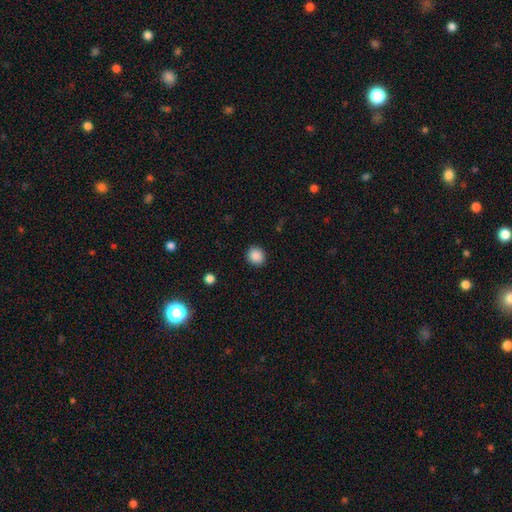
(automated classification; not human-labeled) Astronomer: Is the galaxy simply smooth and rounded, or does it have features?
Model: smooth — 88%.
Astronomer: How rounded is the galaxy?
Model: round — 85%.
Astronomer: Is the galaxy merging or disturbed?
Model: none — 91%.